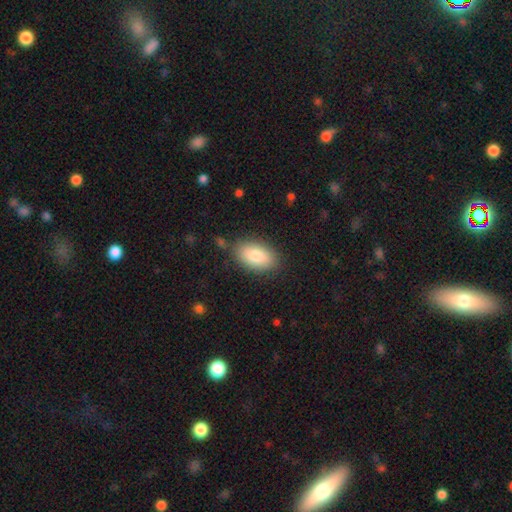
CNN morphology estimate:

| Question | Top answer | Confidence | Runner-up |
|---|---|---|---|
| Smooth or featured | smooth | 83% | featured or disk (10%) |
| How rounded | in between | 93% | round (5%) |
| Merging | none | 83% | minor disturbance (11%) |